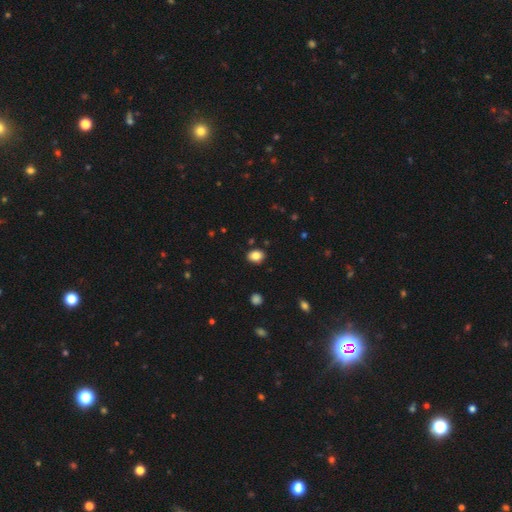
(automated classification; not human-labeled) smooth-or-featured: smooth: 85% | star or artifact: 10% | featured or disk: 6%
  how-rounded: in between: 60% | round: 39% | cigar-shaped: 1%
  merging: none: 88% | minor disturbance: 8% | major disturbance: 2% | merger: 2%